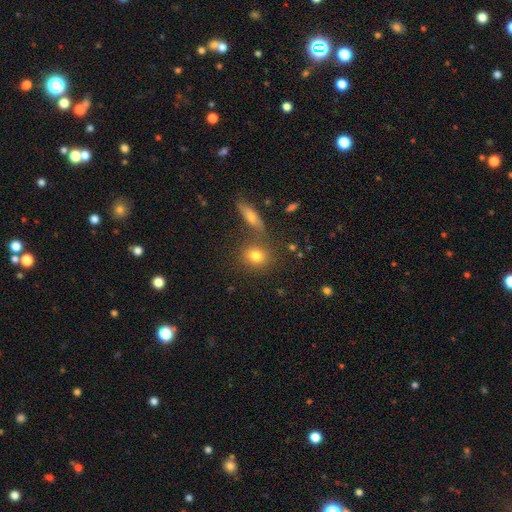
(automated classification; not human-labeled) A smooth galaxy with no disk features (78%) that is round (66%).

Vote fractions:
- Smooth or featured? smooth: 78% / star or artifact: 12% / featured or disk: 10%
- How rounded? round: 66% / in between: 30% / cigar-shaped: 3%
- Merging? none: 68% / merger: 17% / minor disturbance: 10% / major disturbance: 4%